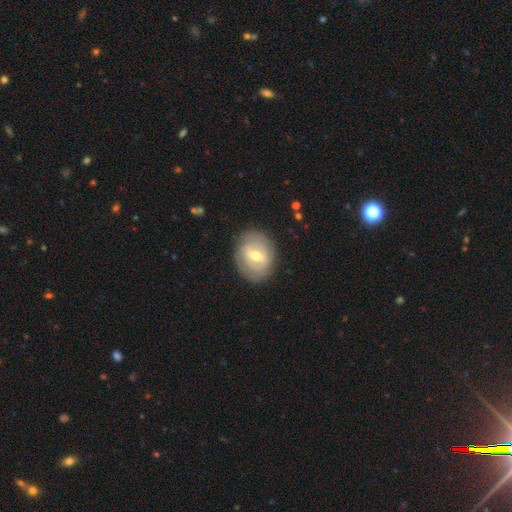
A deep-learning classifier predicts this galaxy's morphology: This appears to be a featured or disk galaxy (60%) with a weak bar (51%), spiral arms (50%, tied with no) and a moderate central bulge (65%). Merging: none (82%).